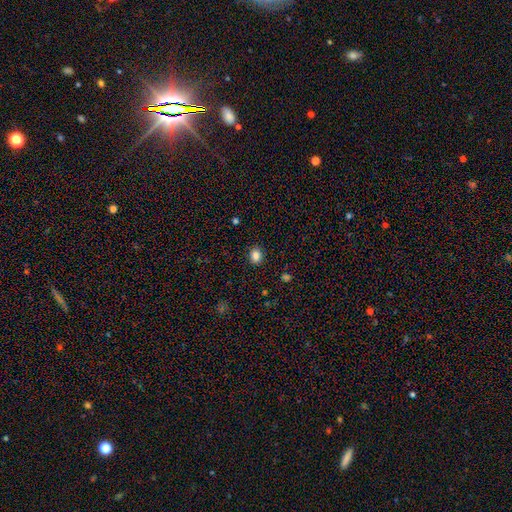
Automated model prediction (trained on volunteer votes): This appears to be a smooth galaxy with no disk features (85%) that is round (61%). Merging: none (90%).